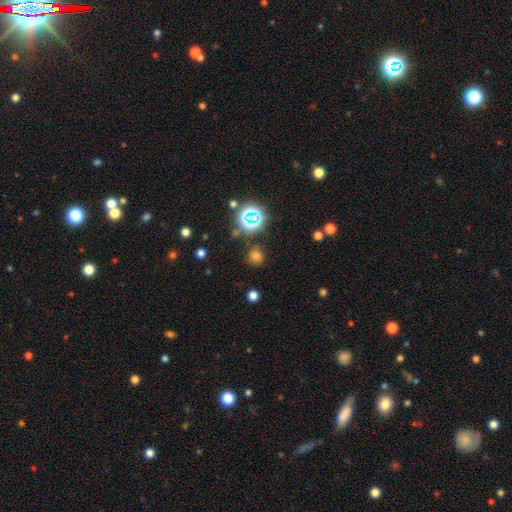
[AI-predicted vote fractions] The model was most divided on "smooth or featured": smooth: 63%, star or artifact: 29%, featured or disk: 8%. More confident: how rounded — round (87%); merging — none (81%).